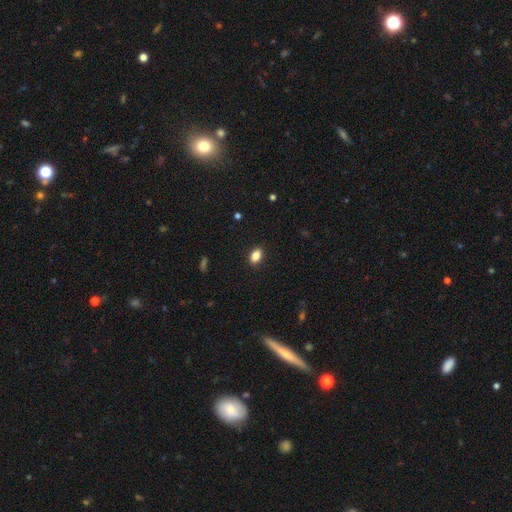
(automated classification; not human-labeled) The model was most divided on "how rounded": in between: 84%, round: 14%, cigar-shaped: 2%. More confident: merging — none (89%); smooth or featured — smooth (86%).